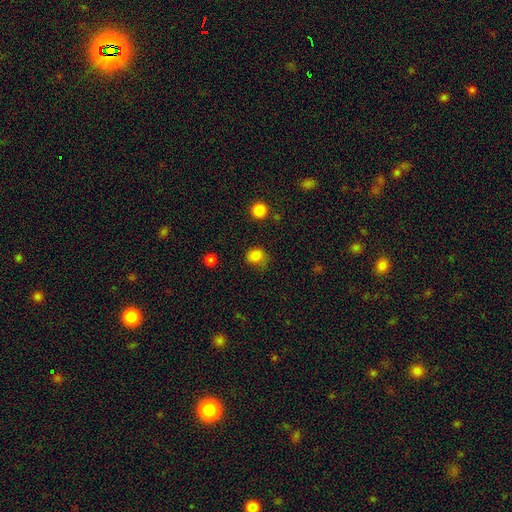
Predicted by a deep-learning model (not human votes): smooth-or-featured: smooth: 82% | star or artifact: 13% | featured or disk: 5%
  how-rounded: round: 75% | in between: 24% | cigar-shaped: 1%
  merging: none: 65% | minor disturbance: 24% | major disturbance: 9% | merger: 2%